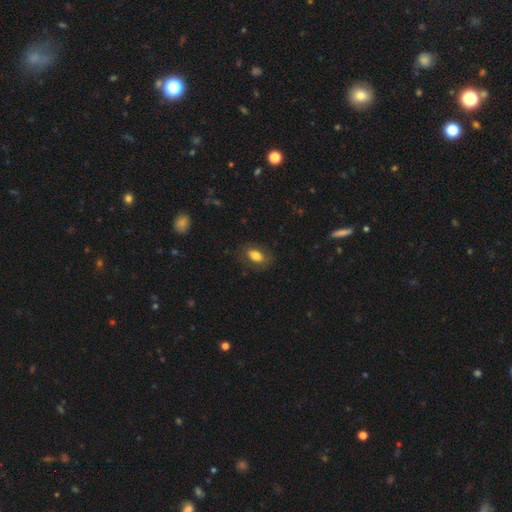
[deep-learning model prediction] Morphology: type=smooth (76%); roundness=in between (88%); merging=none (79%).